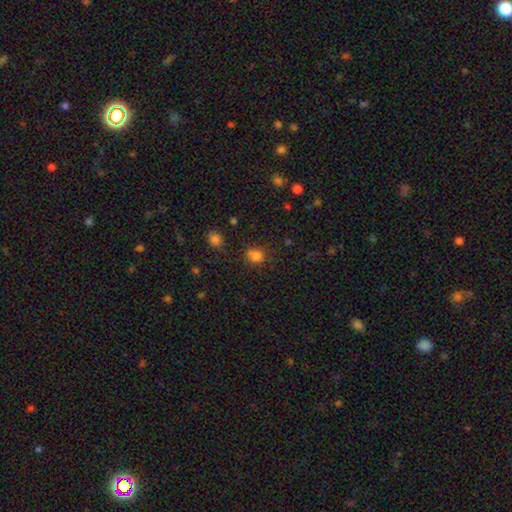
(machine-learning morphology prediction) A smooth galaxy with no disk features (77%) that is round (69%).

Vote fractions:
- Smooth or featured? smooth: 77% / star or artifact: 17% / featured or disk: 6%
- How rounded? round: 69% / in between: 30% / cigar-shaped: 1%
- Merging? none: 64% / minor disturbance: 20% / merger: 10% / major disturbance: 7%